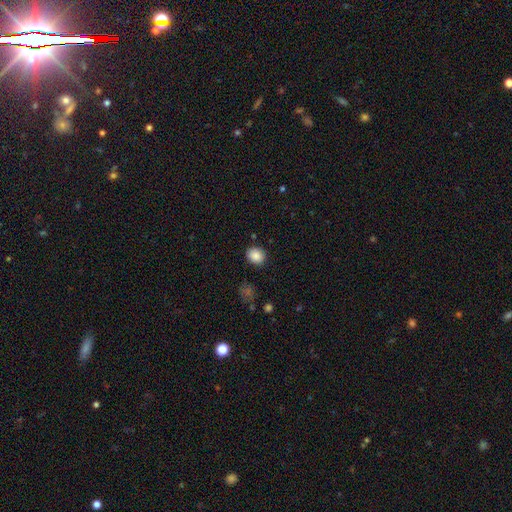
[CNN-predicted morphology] A smooth galaxy with no disk features (88%) that is round (63%). Merging: none (87%).